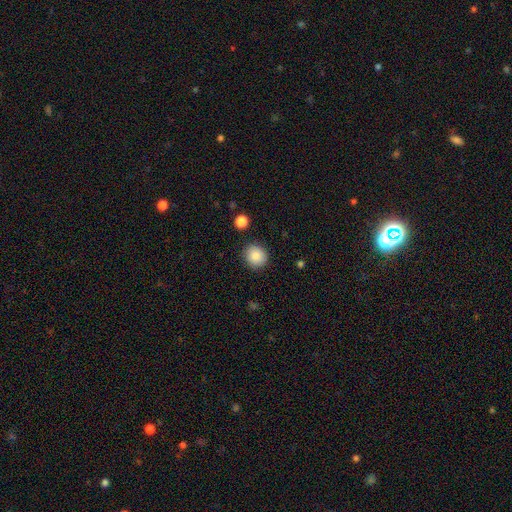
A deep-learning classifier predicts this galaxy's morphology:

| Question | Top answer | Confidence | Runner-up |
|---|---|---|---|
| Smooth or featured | smooth | 87% | star or artifact (8%) |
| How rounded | round | 87% | in between (12%) |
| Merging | none | 88% | minor disturbance (8%) |